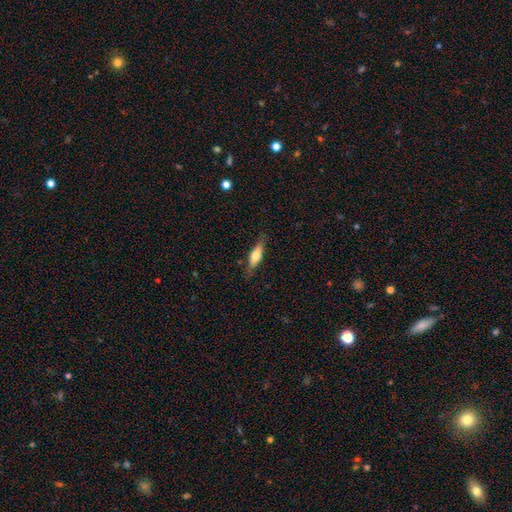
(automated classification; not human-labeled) smooth 53%, featured or disk 41%, star or artifact 6%. Down the decision tree: how rounded — cigar-shaped (58%); merging — none (82%).